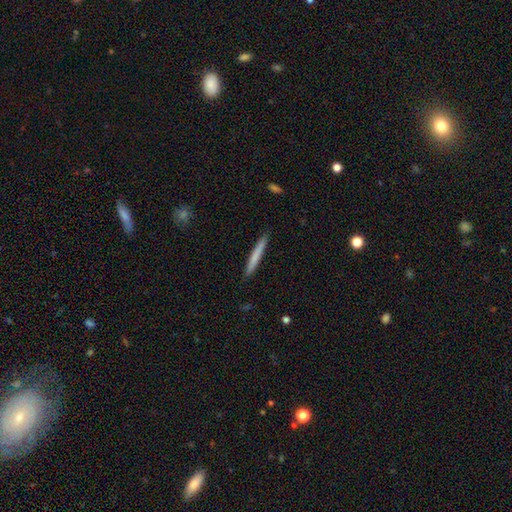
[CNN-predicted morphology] This is likely a smooth galaxy (71%). How rounded: clearly cigar-shaped (97%). Merging: clearly none (90%).